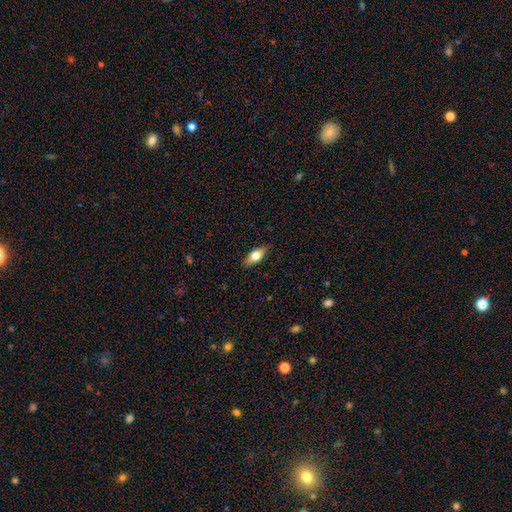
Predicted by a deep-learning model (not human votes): smooth 66%, featured or disk 27%, star or artifact 7%. Down the decision tree: how rounded — in between (79%); merging — none (87%).